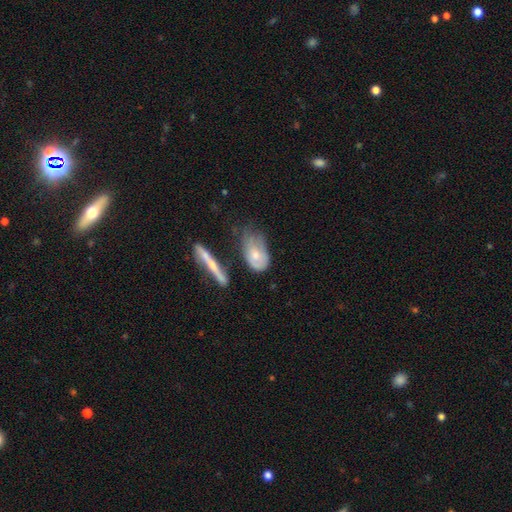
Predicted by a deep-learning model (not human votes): Overall: smooth (57%; featured or disk 36%). How rounded: in between (85%). Merging: minor disturbance (36%; major disturbance 31%).